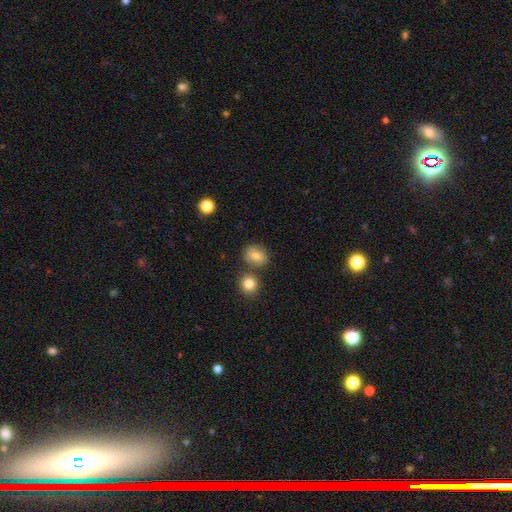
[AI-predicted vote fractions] Morphology: type=smooth (78%); roundness=round (60%); merging=none (71%).